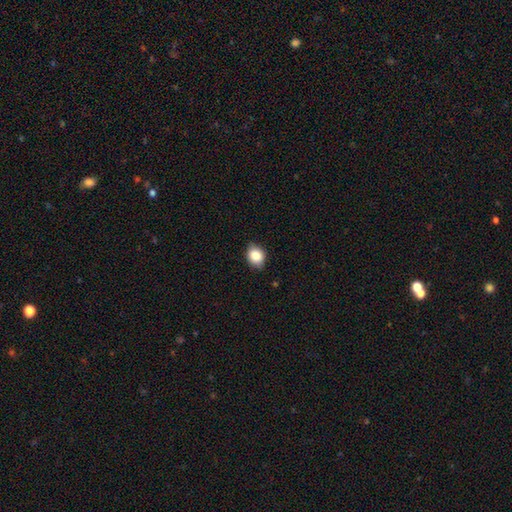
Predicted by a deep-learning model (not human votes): smooth_or_featured: smooth (p=0.85) [alt: star or artifact p=0.08]
how_rounded: in between (p=0.63) [alt: round p=0.36]
merging: none (p=0.83) [alt: minor disturbance p=0.14]